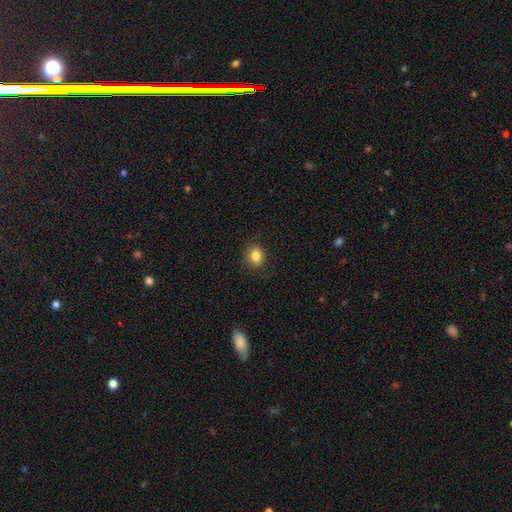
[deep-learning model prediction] Morphology: type=smooth (83%); roundness=round (58%); merging=none (85%).